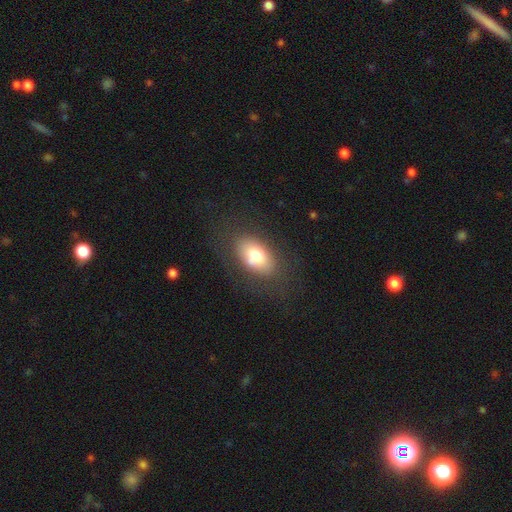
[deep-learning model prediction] Smooth or featured: smooth — 75% (featured or disk — 17%)
How rounded: in between — 90% (round — 8%)
Merging: none — 78% (minor disturbance — 13%)